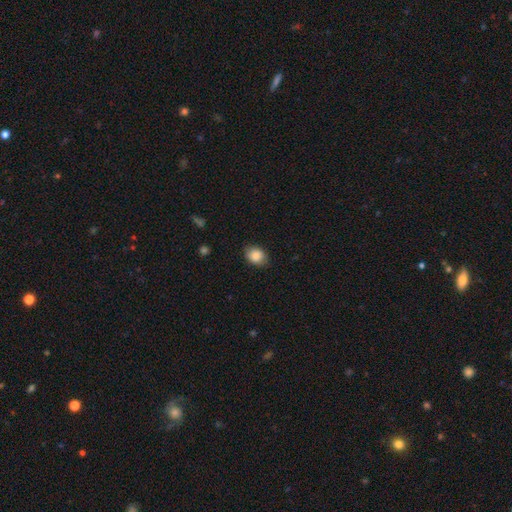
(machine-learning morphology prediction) type=smooth (87%); roundness=in between (68%); merging=none (81%).